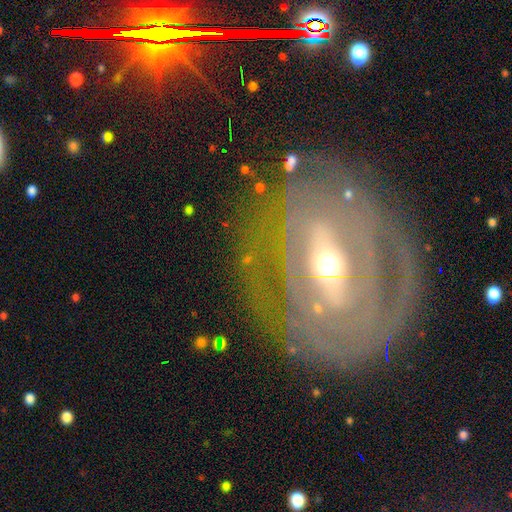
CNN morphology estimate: This appears to be a featured or disk galaxy (85%) with a strong bar (57%), tight (71%) spiral arms (77%) and a moderate central bulge (54%). Merging: none (73%).